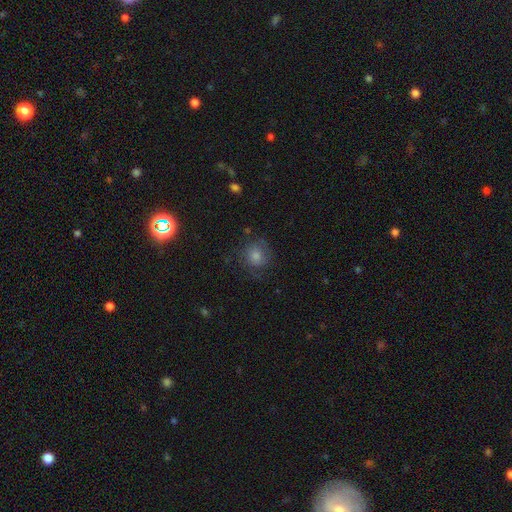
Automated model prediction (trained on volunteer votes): Smooth or featured? smooth (44%)
Merging? none (73%)